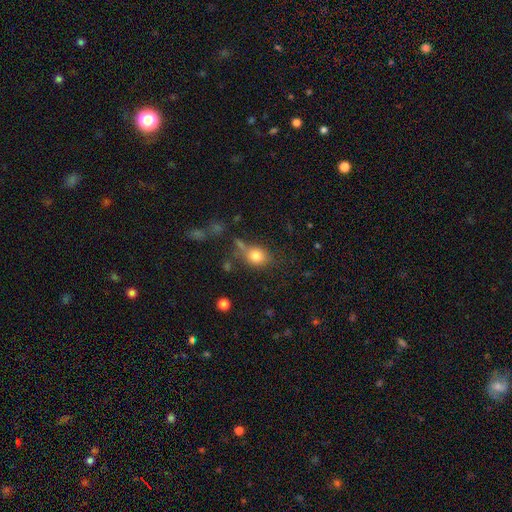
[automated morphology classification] Smooth or featured? smooth (79%)
How rounded? round (58%)
Merging? none (58%)